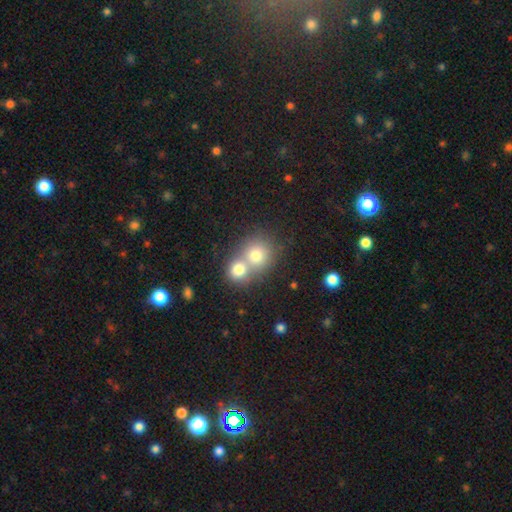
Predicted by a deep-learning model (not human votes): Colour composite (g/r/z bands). It shows a smooth galaxy with no disk features (75%) that is round (83%). Merging: merger (58%).